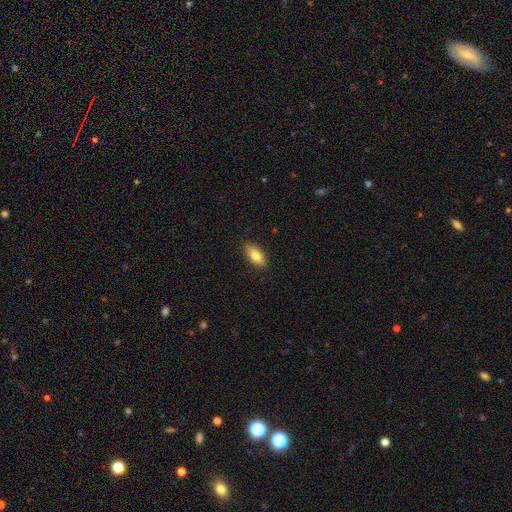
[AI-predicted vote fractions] A smooth galaxy with no disk features (79%) that is in between round and cigar-shaped (87%).

Vote fractions:
- Smooth or featured? smooth: 79% / featured or disk: 14% / star or artifact: 7%
- How rounded? in between: 87% / cigar-shaped: 10% / round: 4%
- Merging? none: 88% / minor disturbance: 9% / major disturbance: 2% / merger: 1%